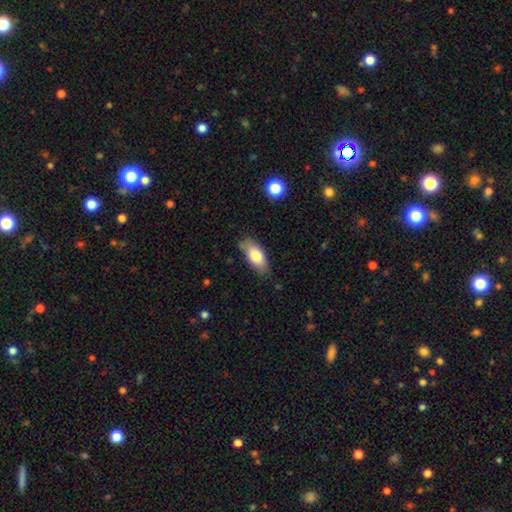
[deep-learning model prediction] smooth 80%, featured or disk 14%, star or artifact 7%. Down the decision tree: how rounded — in between (88%); merging — none (74%).